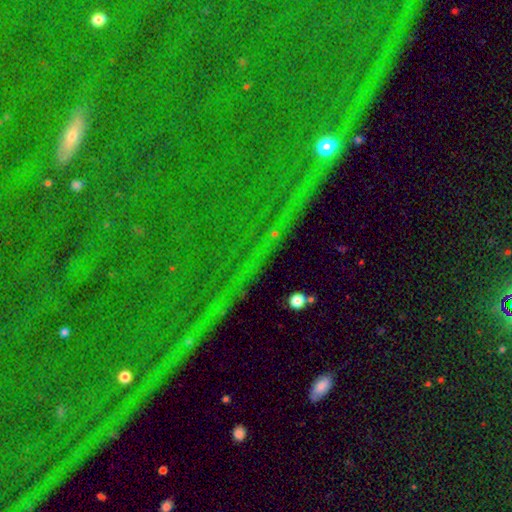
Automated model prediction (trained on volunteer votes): Q: Smooth or featured?
A: star or artifact (82%); runner-up: featured or disk (9%)